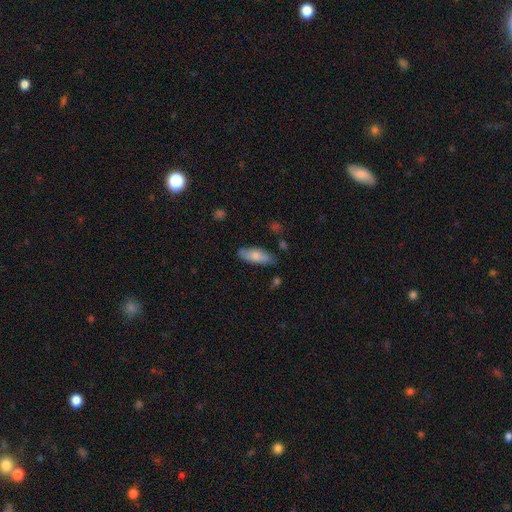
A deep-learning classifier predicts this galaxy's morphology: This appears to be a smooth galaxy with no disk features (73%) that is in between round and cigar-shaped (74%). Merging: none (75%).